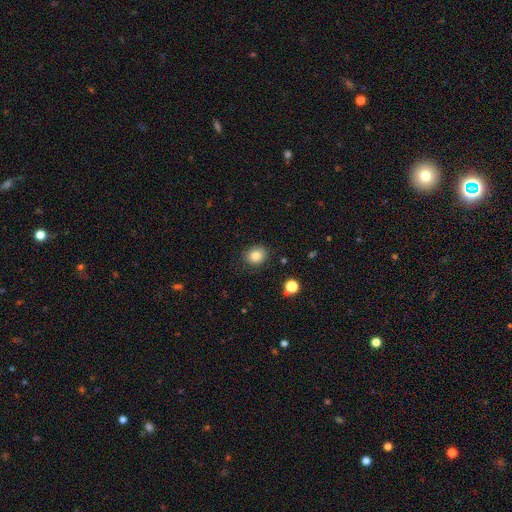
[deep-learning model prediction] A smooth galaxy with no disk features (82%) that is round (61%). Merging: none (82%).